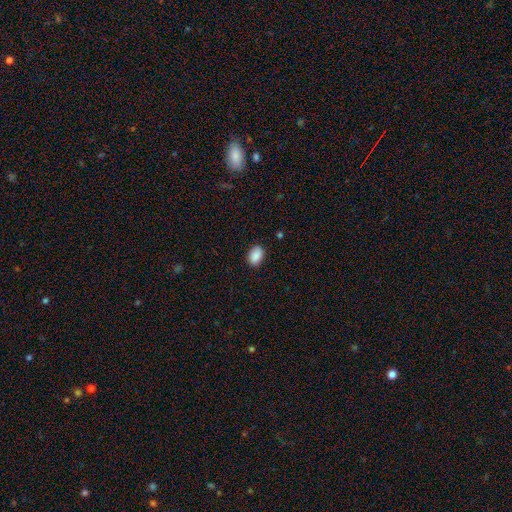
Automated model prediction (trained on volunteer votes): Smooth or featured: smooth — 90% (star or artifact — 7%)
How rounded: in between — 85% (round — 14%)
Merging: none — 87% (minor disturbance — 9%)